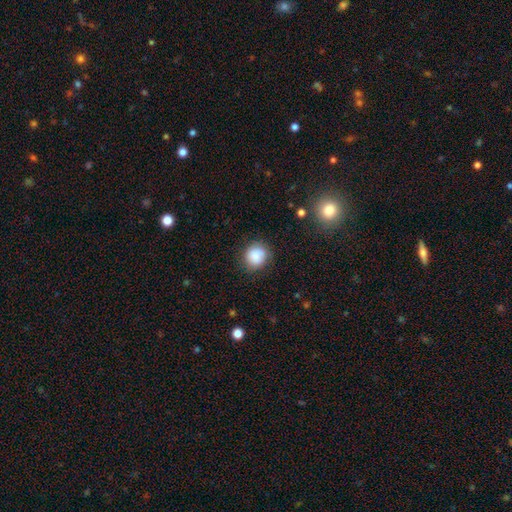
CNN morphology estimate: Smooth or featured: smooth — 86% (star or artifact — 9%)
How rounded: round — 84% (in between — 15%)
Merging: none — 79% (minor disturbance — 15%)